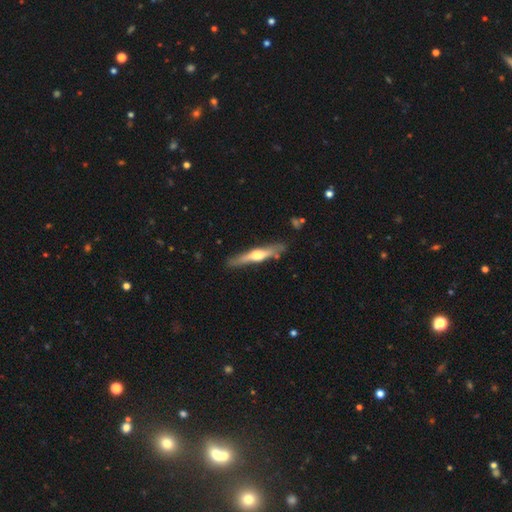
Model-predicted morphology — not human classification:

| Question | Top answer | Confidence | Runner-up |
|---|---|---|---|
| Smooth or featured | featured or disk | 67% | smooth (28%) |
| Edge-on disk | yes | 95% | no (5%) |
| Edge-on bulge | rounded | 88% | boxy (6%) |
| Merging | none | 81% | minor disturbance (14%) |